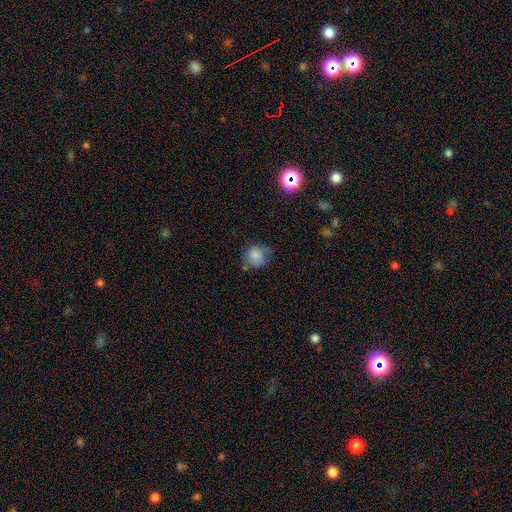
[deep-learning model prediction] Overall: smooth (80%). How rounded: round (76%). Merging: none (56%; minor disturbance 28%).